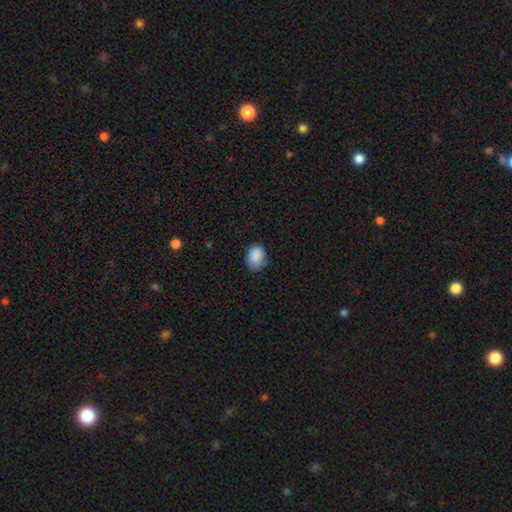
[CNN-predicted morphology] Smooth or featured?
  - smooth: 88% *
  - star or artifact: 8%
  - featured or disk: 4%
How rounded?
  - in between: 52% *
  - round: 48%
  - cigar-shaped: 1%
Merging?
  - none: 71% *
  - minor disturbance: 23%
  - major disturbance: 4%
  - merger: 1%